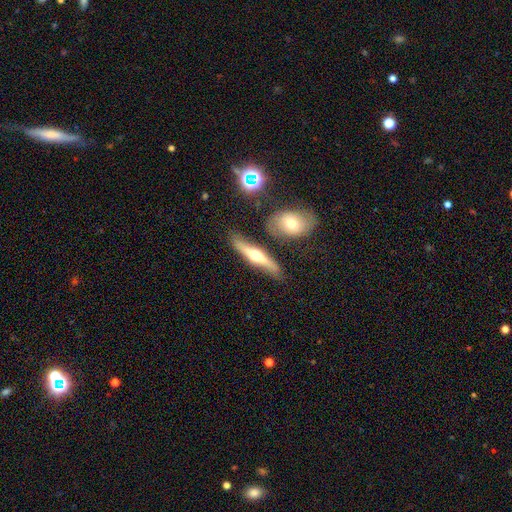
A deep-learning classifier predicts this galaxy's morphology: type=featured or disk (61%); edge-on=yes (88%); edge-on bulge=rounded (92%); merging=none (79%).